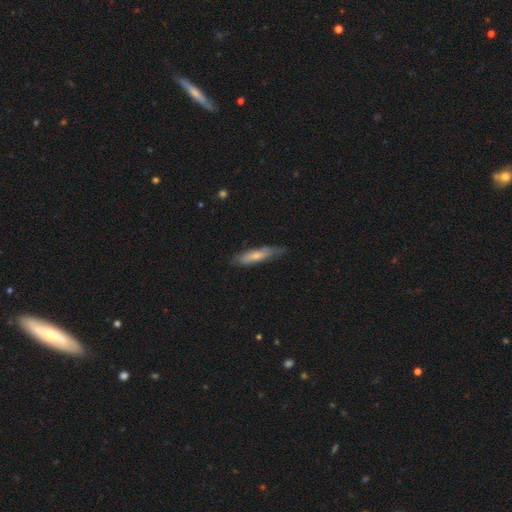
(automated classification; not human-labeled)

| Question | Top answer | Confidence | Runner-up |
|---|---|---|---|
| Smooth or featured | smooth | 59% | featured or disk (36%) |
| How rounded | cigar-shaped | 75% | in between (23%) |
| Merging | none | 67% | minor disturbance (26%) |